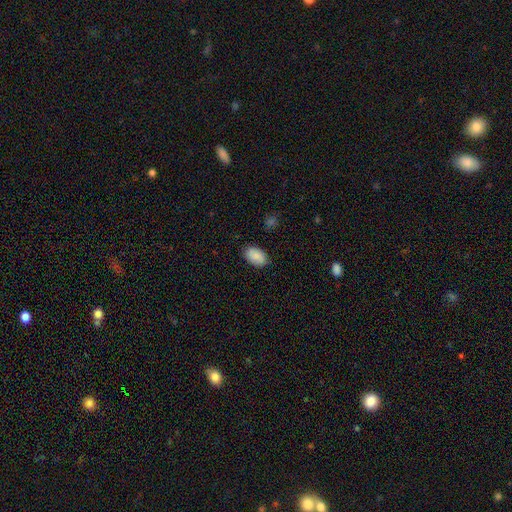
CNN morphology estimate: type=smooth (86%); roundness=in between (90%); merging=none (86%).